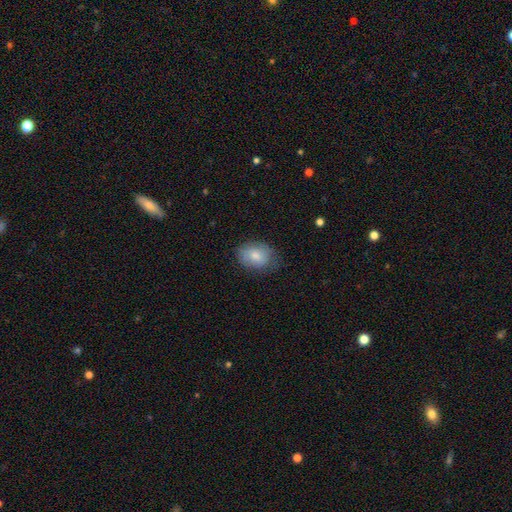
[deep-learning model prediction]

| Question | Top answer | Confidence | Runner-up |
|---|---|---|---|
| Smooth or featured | smooth | 76% | featured or disk (17%) |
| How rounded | in between | 68% | round (31%) |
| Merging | none | 72% | minor disturbance (22%) |